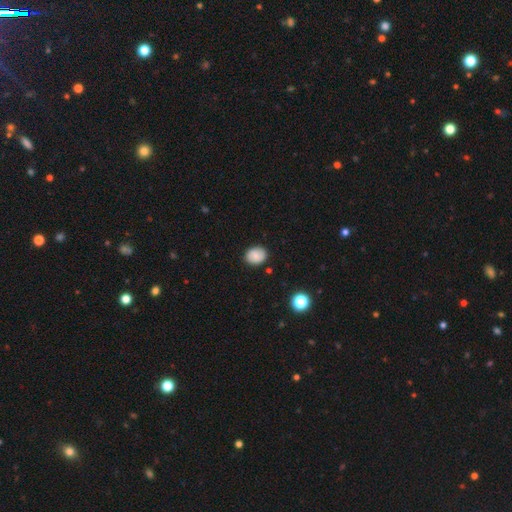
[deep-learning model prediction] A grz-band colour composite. It shows a smooth galaxy with no disk features (79%) that is round (55%). Merging: none (84%).